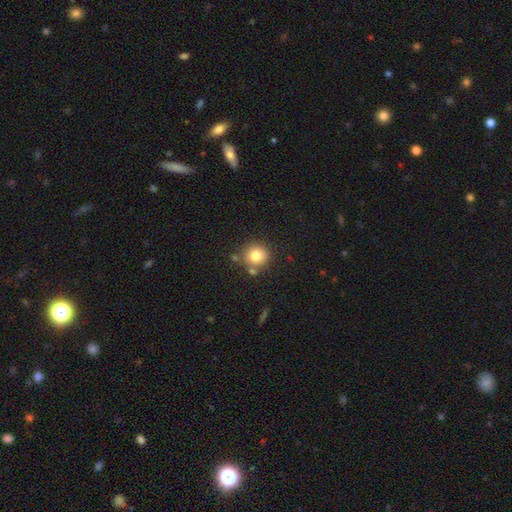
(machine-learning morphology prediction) Smooth or featured? Predicted: smooth (p=0.80). How rounded? Predicted: round (p=0.91). Merging? Predicted: none (p=0.74).